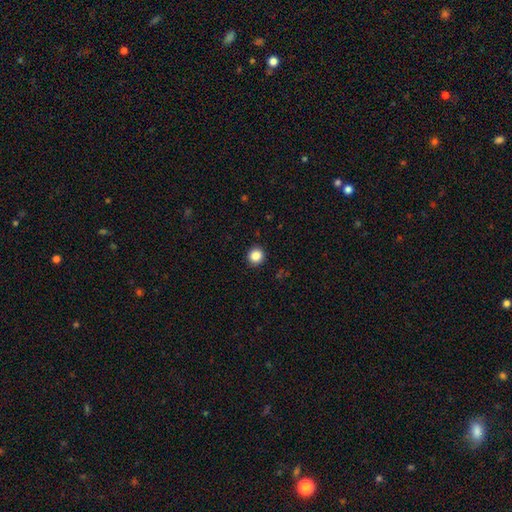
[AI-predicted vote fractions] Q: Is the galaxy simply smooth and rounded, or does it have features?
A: smooth — 86%.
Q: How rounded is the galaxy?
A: round — 93%.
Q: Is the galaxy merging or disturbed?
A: none — 93%.